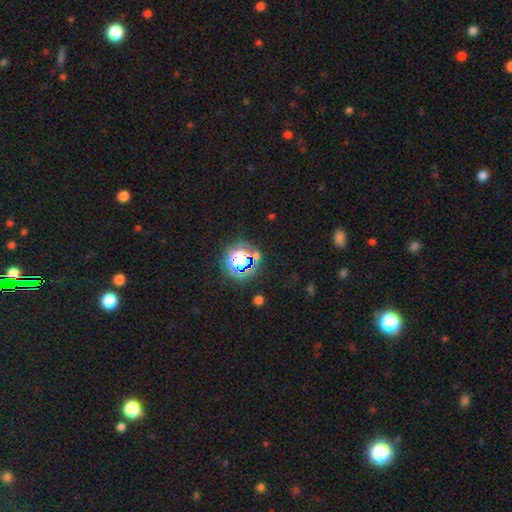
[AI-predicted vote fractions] This is likely a star or artifact rather than a galaxy (77%).